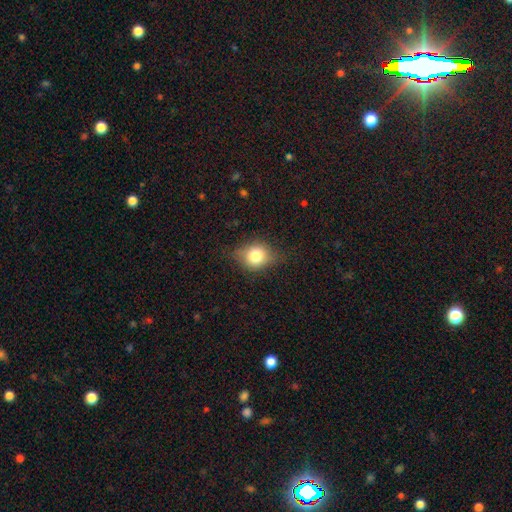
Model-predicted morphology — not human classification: A smooth galaxy with no disk features (75%) that is round (54%).

Vote fractions:
- Smooth or featured? smooth: 75% / featured or disk: 15% / star or artifact: 10%
- How rounded? round: 54% / in between: 44% / cigar-shaped: 2%
- Merging? none: 68% / minor disturbance: 24% / major disturbance: 7% / merger: 1%